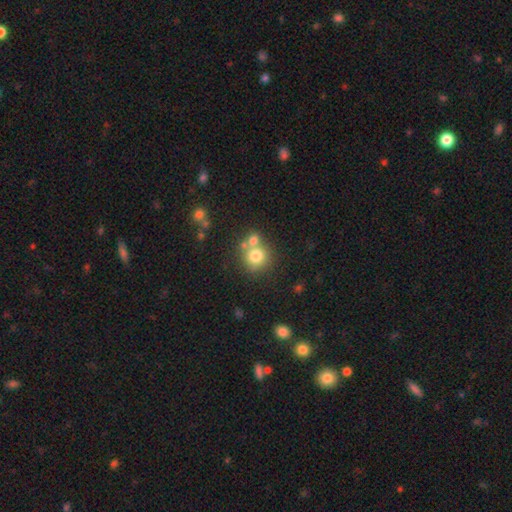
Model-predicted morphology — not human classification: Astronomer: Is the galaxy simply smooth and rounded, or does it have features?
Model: smooth — 75%.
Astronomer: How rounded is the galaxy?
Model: round — 89%.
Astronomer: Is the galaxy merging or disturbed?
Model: none — 54% (runner-up: merger, 34%).